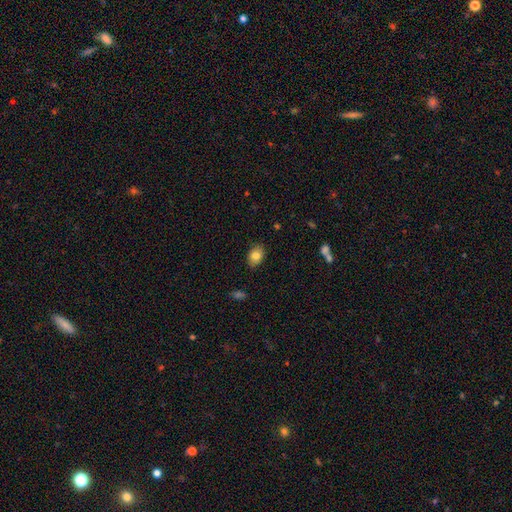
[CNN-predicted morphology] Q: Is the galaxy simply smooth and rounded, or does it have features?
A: smooth — 82%.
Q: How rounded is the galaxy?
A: in between — 80%.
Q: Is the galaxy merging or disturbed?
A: none — 86%.